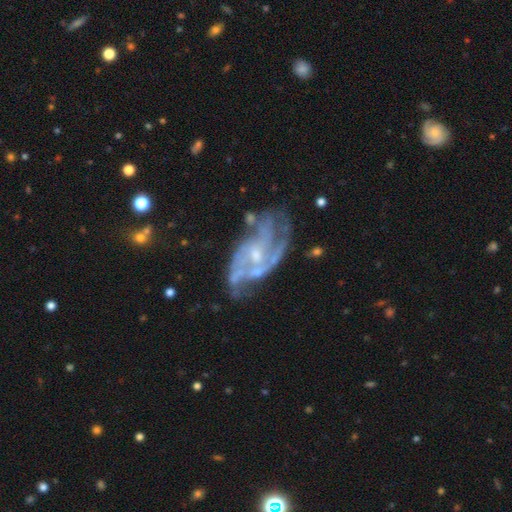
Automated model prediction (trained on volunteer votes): Smooth or featured?
  - featured or disk: 86% *
  - smooth: 8%
  - star or artifact: 7%
Edge-on disk?
  - no: 96% *
  - yes: 4%
Bar?
  - no: 62% *
  - weak: 31%
  - strong: 7%
Spiral arms?
  - yes: 89% *
  - no: 11%
Spiral winding?
  - medium: 45% *
  - tight: 37%
  - loose: 18%
Spiral arm count?
  - can't tell: 28% *
  - 3: 25%
  - 2: 25%
  - 4: 11%
  - 1: 5%
  - more than 4: 5%
Bulge size?
  - small: 56% *
  - moderate: 36%
  - none: 5%
  - large: 2%
  - dominant: 1%
Merging?
  - none: 52% *
  - minor disturbance: 23%
  - major disturbance: 19%
  - merger: 6%